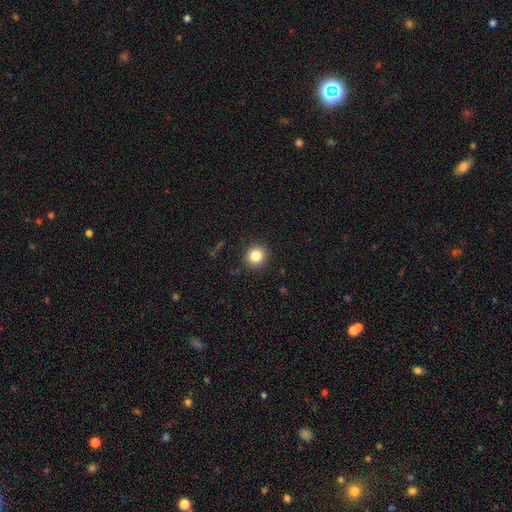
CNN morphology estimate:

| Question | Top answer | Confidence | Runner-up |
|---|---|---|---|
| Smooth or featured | smooth | 84% | star or artifact (11%) |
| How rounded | round | 89% | in between (10%) |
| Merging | none | 91% | minor disturbance (6%) |